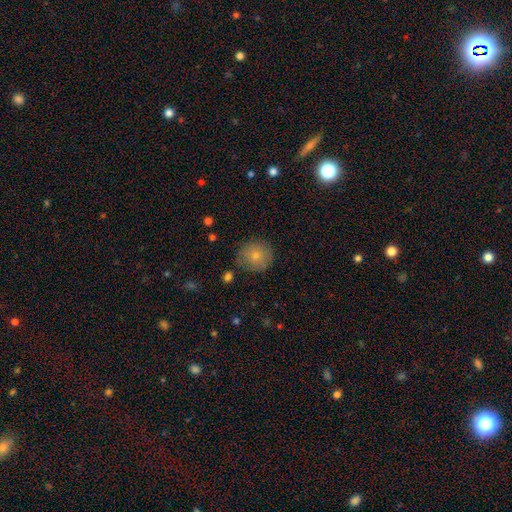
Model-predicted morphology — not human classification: The model was most divided on "merging": none: 80%, minor disturbance: 14%, major disturbance: 4%, merger: 2%. More confident: how rounded — round (90%); smooth or featured — smooth (80%).